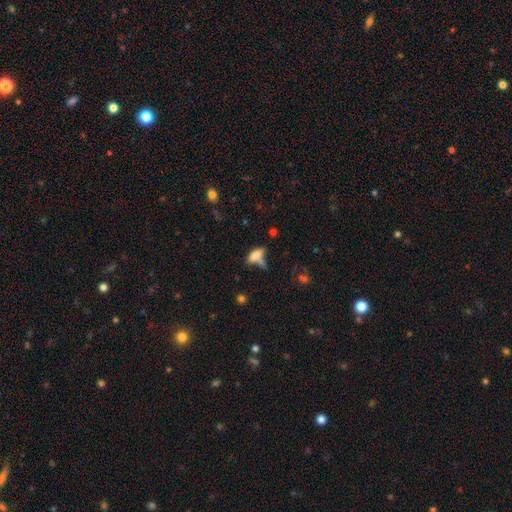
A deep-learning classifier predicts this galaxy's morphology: This appears to be a smooth galaxy with no disk features (75%) that is in between round and cigar-shaped (71%). Merging: none (46%).